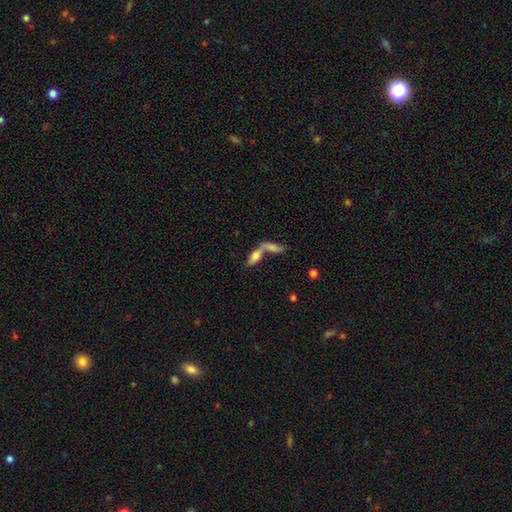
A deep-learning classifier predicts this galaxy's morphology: A smooth galaxy with no disk features (66%) that is in between round and cigar-shaped (65%). Merging: merger (66%).